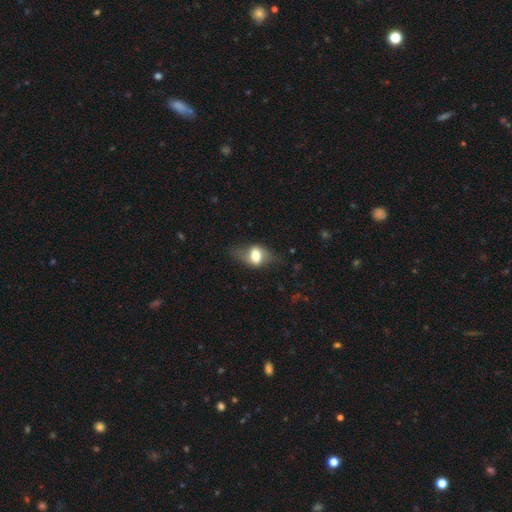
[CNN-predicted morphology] This is possibly a smooth galaxy (55%). How rounded: likely in between (76%). Merging: likely none (65%).